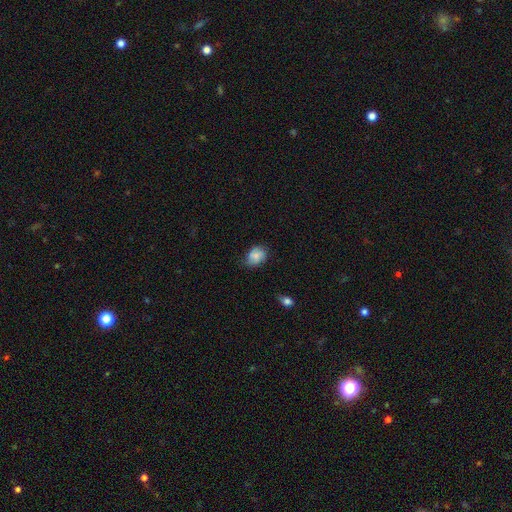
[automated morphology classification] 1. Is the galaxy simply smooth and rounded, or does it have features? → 72% smooth, 19% featured or disk, 9% star or artifact.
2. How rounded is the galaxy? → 60% in between, 39% round, 1% cigar-shaped.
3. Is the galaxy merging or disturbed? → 65% none, 27% minor disturbance, 6% major disturbance, 2% merger.